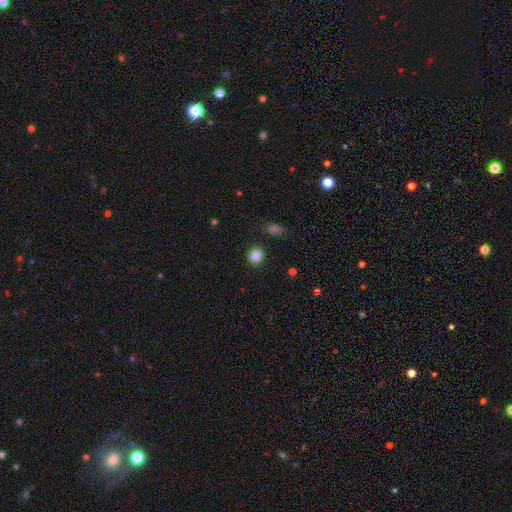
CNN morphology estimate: This is clearly a smooth galaxy (85%). How rounded: clearly round (86%). Merging: clearly none (90%).